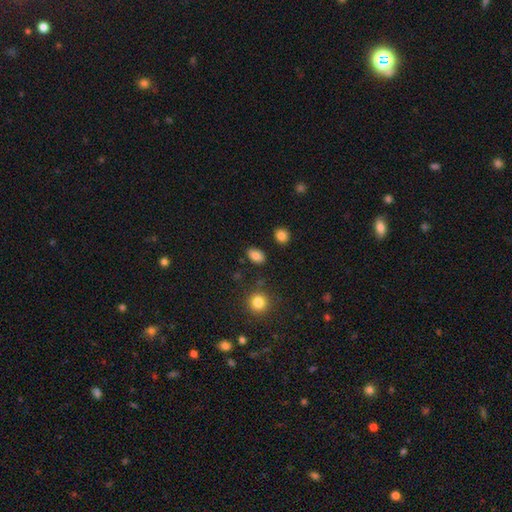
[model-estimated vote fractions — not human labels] Smooth or featured?
  - smooth: 85% *
  - star or artifact: 10%
  - featured or disk: 5%
How rounded?
  - in between: 82% *
  - round: 17%
  - cigar-shaped: 1%
Merging?
  - none: 86% *
  - minor disturbance: 9%
  - major disturbance: 3%
  - merger: 3%